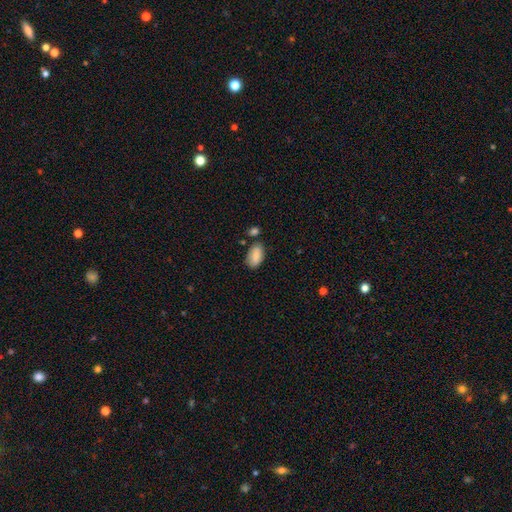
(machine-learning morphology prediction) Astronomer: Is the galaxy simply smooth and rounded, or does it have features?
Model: smooth — 87%.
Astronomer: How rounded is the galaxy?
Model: in between — 94%.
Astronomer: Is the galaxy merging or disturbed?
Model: none — 69%.